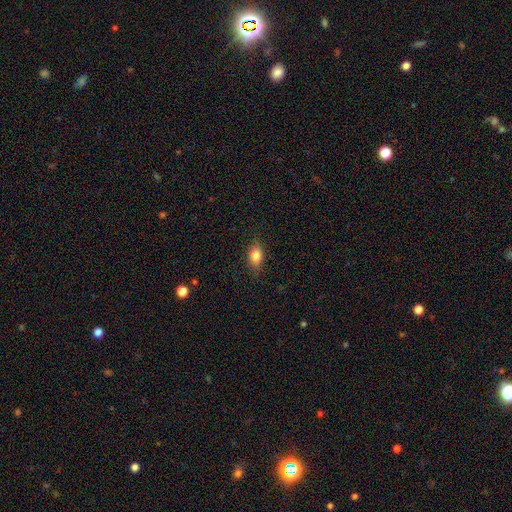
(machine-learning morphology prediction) A smooth galaxy with no disk features (79%) that is in between round and cigar-shaped (79%). Merging: none (82%).